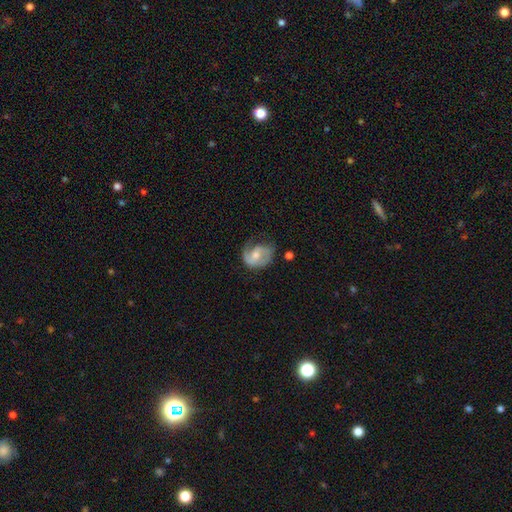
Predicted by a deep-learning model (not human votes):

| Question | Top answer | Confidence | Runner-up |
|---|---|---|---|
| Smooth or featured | featured or disk | 72% | smooth (22%) |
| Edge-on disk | no | 98% | yes (2%) |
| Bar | no | 49% | weak (41%) |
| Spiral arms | yes | 90% | no (10%) |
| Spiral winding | medium | 45% | tight (29%) |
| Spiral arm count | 2 | 59% | 1 (30%) |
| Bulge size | moderate | 58% | small (34%) |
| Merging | none | 54% | minor disturbance (27%) |